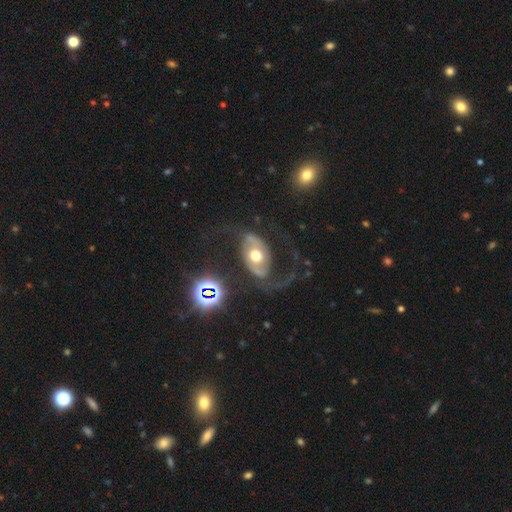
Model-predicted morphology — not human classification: This appears to be a featured or disk galaxy (76%) with no bar (68%), 2 (82%) loose (54%) spiral arms (73%) and a moderate central bulge (58%). Merging: none (55%).